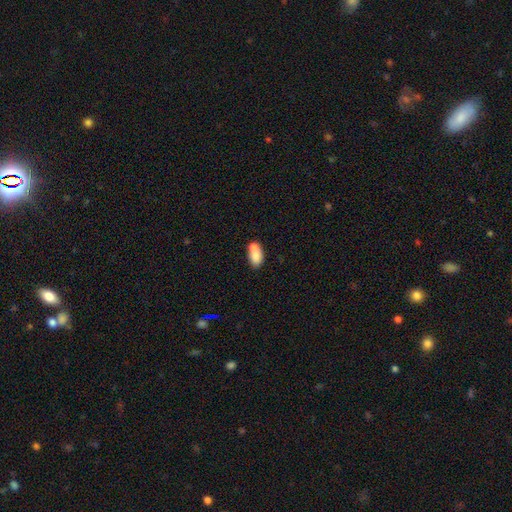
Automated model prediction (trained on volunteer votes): smooth_or_featured: smooth (p=0.76) [alt: featured or disk p=0.15]
how_rounded: in between (p=0.86) [alt: round p=0.10]
merging: merger (p=0.48) [alt: none p=0.34]